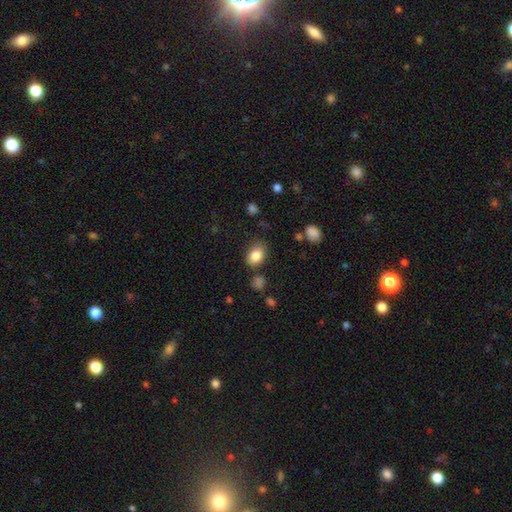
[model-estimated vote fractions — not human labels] Smooth or featured? Predicted: smooth (p=0.84). How rounded? Predicted: in between (p=0.70). Merging? Predicted: none (p=0.73).